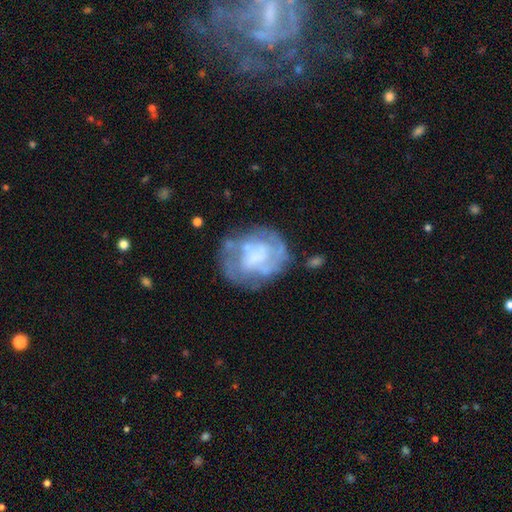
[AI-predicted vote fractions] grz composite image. It shows a featured or disk galaxy (65%) with no bar (72%), no spiral arms (51%) and no central bulge (45%). Merging: none (58%).